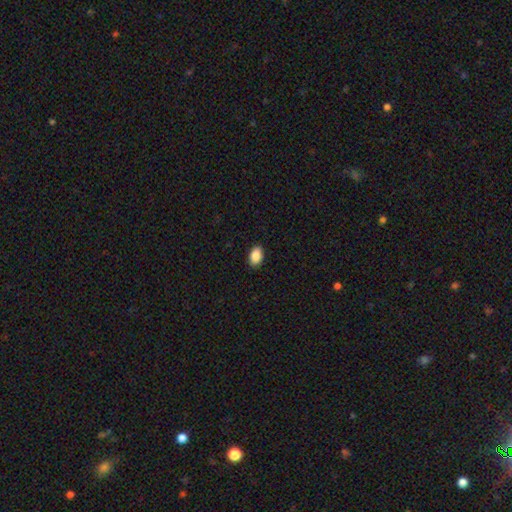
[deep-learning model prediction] smooth_or_featured: smooth (p=0.89) [alt: star or artifact p=0.07]
how_rounded: in between (p=0.90) [alt: round p=0.08]
merging: none (p=0.89) [alt: minor disturbance p=0.09]